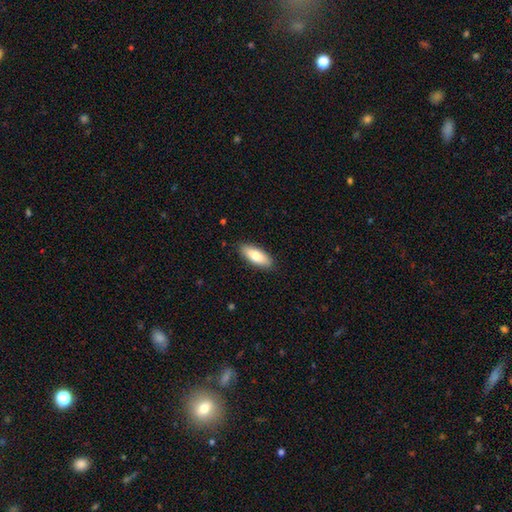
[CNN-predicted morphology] smooth 78%, featured or disk 16%, star or artifact 6%. Down the decision tree: how rounded — in between (75%); merging — none (88%).